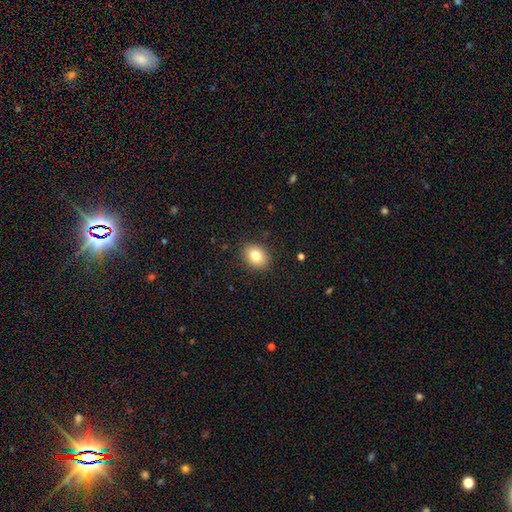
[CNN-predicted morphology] smooth 80%, featured or disk 10%, star or artifact 10%. Down the decision tree: how rounded — in between (56%); merging — none (88%).